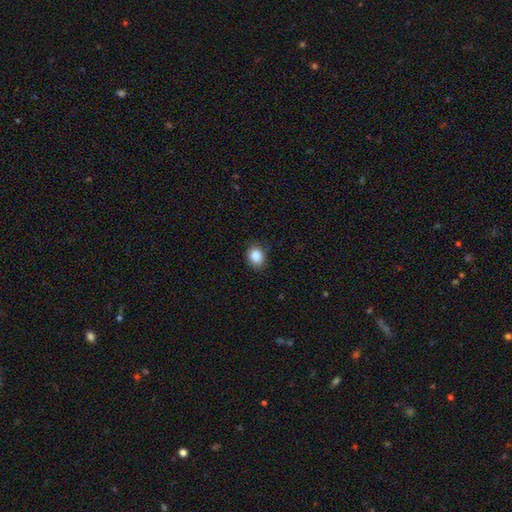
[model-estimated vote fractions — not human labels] Smooth or featured? Predicted: smooth (p=0.86). How rounded? Predicted: round (p=0.52). Merging? Predicted: none (p=0.85).